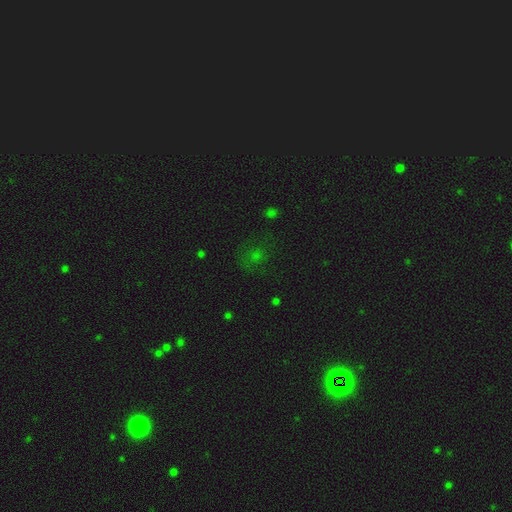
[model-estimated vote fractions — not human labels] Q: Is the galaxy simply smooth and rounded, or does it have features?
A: smooth — 45%.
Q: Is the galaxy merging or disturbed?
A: none — 70%.